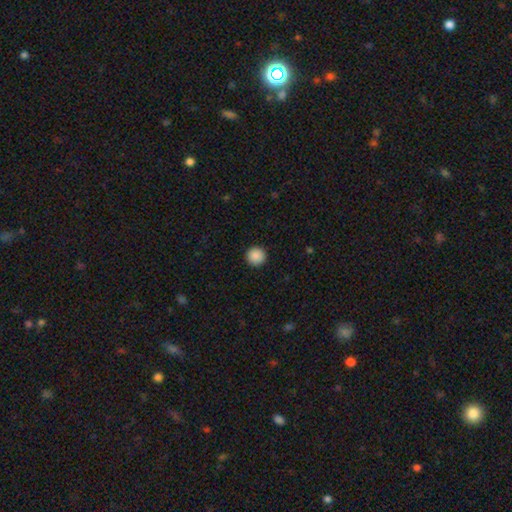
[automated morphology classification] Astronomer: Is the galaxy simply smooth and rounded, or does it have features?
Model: smooth — 89%.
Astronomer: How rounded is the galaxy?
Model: round — 96%.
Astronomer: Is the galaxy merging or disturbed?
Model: none — 93%.